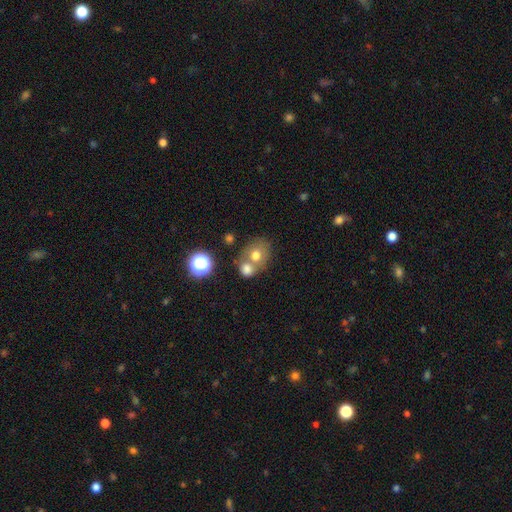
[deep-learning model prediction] smooth 70%, featured or disk 17%, star or artifact 13%. Down the decision tree: how rounded — round (66%); merging — merger (45%).